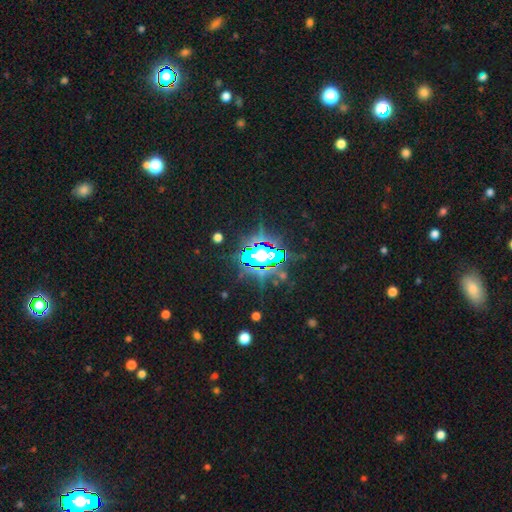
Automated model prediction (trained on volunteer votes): smooth_or_featured: star or artifact (p=0.64) [alt: smooth p=0.20]